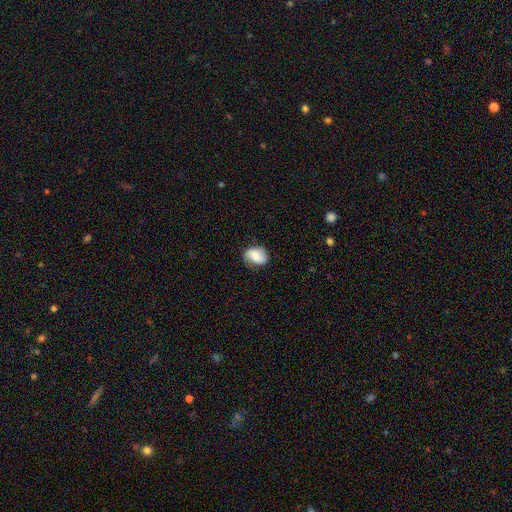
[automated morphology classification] Smooth or featured? Predicted: smooth (p=0.65). How rounded? Predicted: in between (p=0.69). Merging? Predicted: none (p=0.68).